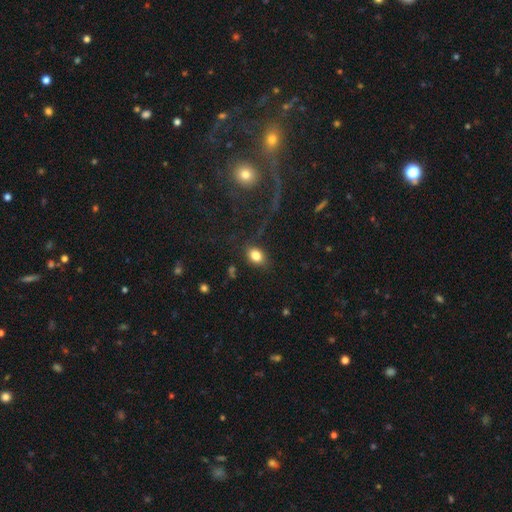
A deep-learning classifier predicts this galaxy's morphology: A smooth galaxy with no disk features (82%) that is in between round and cigar-shaped (70%). Merging: none (81%).